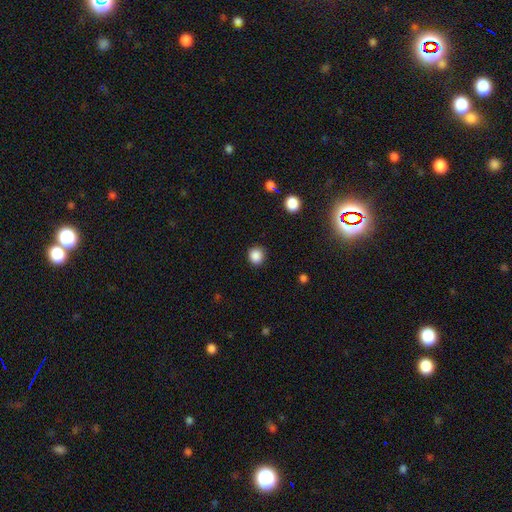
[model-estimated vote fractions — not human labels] A smooth galaxy with no disk features (86%) that is round (88%).

Vote fractions:
- Smooth or featured? smooth: 86% / star or artifact: 11% / featured or disk: 3%
- How rounded? round: 88% / in between: 11% / cigar-shaped: 1%
- Merging? none: 89% / minor disturbance: 7% / major disturbance: 2% / merger: 1%